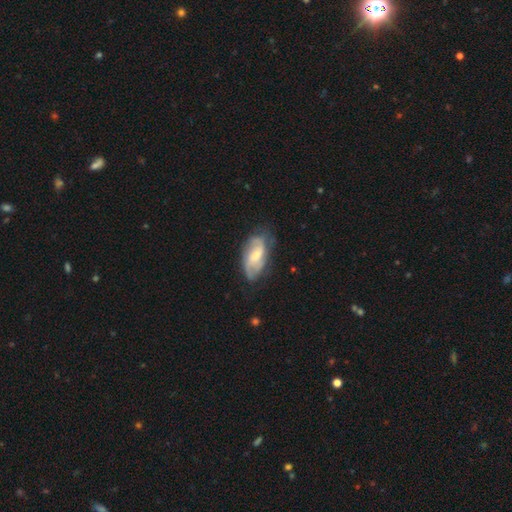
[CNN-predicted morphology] A featured or disk galaxy (66%) with a weak bar (48%), 2 (55%) medium (45%) spiral arms (88%) and a moderate central bulge (47%). Merging: none (62%).